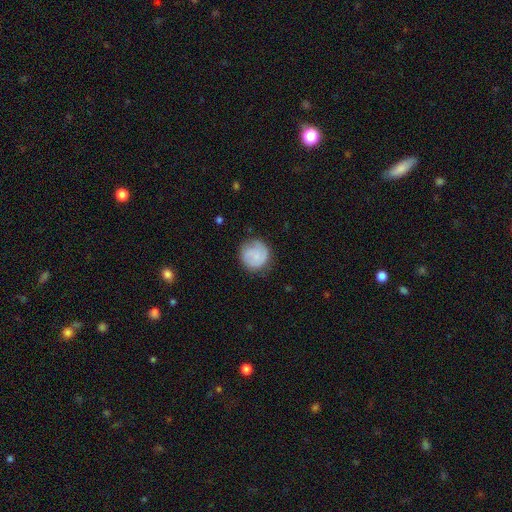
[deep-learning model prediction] Q: Smooth or featured?
A: smooth (61%); runner-up: featured or disk (31%)
Q: How rounded?
A: round (92%); runner-up: in between (7%)
Q: Merging?
A: none (74%); runner-up: minor disturbance (19%)